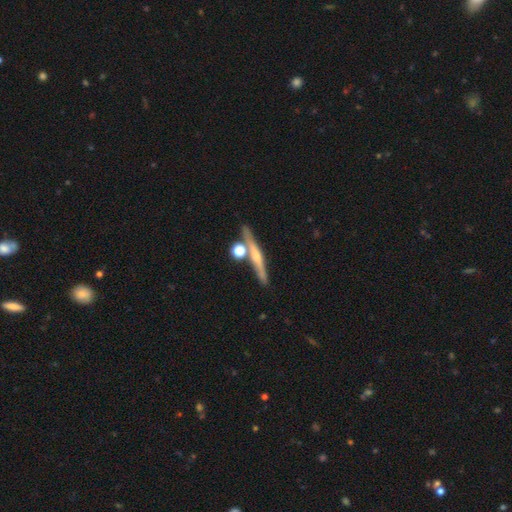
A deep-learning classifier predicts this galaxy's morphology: smooth-or-featured: featured or disk: 57% | smooth: 34% | star or artifact: 9%
  disk-edge-on: yes: 94% | no: 6%
    edge-on-bulge: rounded: 65% | none: 22% | boxy: 12%
  merging: none: 74% | merger: 13% | minor disturbance: 10% | major disturbance: 3%